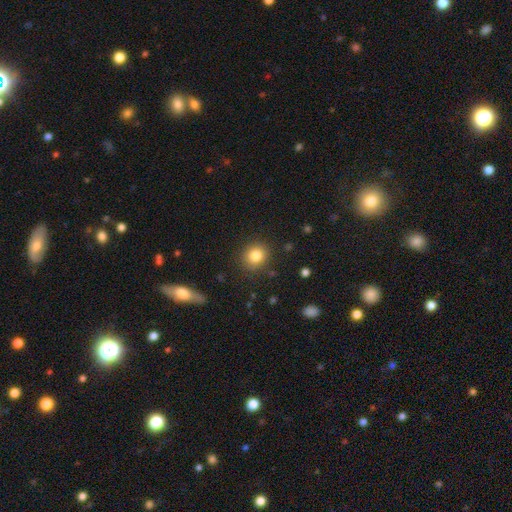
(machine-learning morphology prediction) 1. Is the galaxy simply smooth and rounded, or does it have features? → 83% smooth, 10% star or artifact, 7% featured or disk.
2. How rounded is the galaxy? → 79% round, 20% in between, 1% cigar-shaped.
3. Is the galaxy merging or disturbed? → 87% none, 9% minor disturbance, 3% major disturbance, 2% merger.